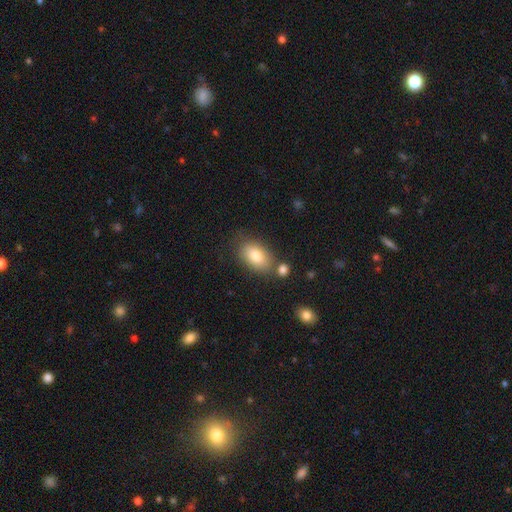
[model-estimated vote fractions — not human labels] A smooth galaxy with no disk features (81%) that is in between round and cigar-shaped (90%).

Vote fractions:
- Smooth or featured? smooth: 81% / featured or disk: 11% / star or artifact: 8%
- How rounded? in between: 90% / round: 9% / cigar-shaped: 2%
- Merging? none: 71% / minor disturbance: 15% / merger: 10% / major disturbance: 4%